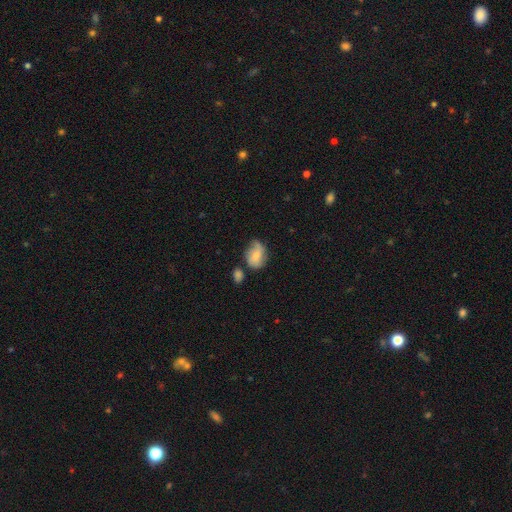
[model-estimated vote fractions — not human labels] A smooth galaxy with no disk features (57%) that is in between round and cigar-shaped (66%).

Vote fractions:
- Smooth or featured? smooth: 57% / featured or disk: 35% / star or artifact: 8%
- How rounded? in between: 66% / round: 32% / cigar-shaped: 1%
- Merging? none: 44% / minor disturbance: 33% / major disturbance: 13% / merger: 10%